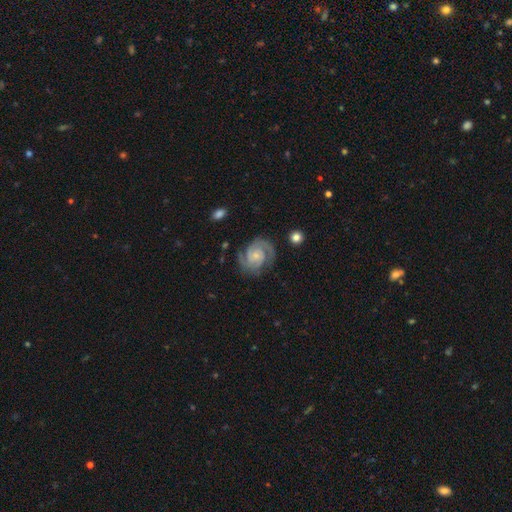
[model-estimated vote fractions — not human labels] Morphology: type=featured or disk (89%); edge-on=no (98%); bar=no (67%); spiral arms=yes (98%); winding=tight (54%); arm count=2 (69%); bulge=small (67%); merging=none (75%).